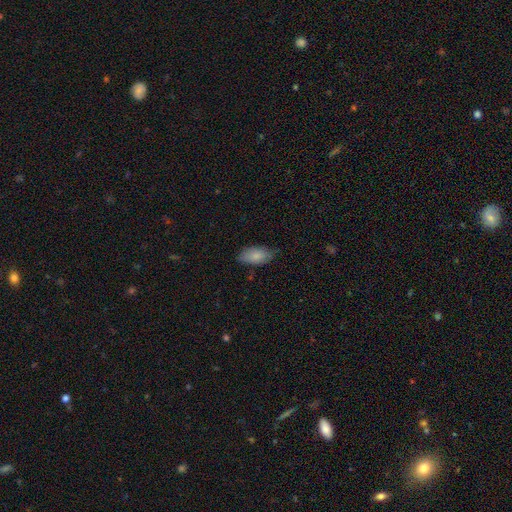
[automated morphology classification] This is clearly a smooth galaxy (83%). How rounded: clearly in between (92%). Merging: likely none (73%).